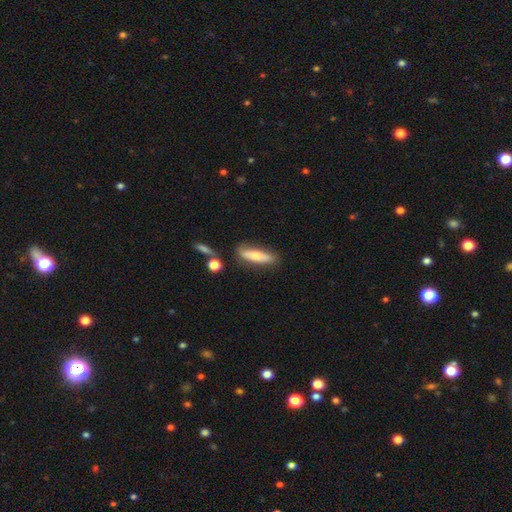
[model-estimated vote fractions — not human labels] This appears to be a smooth galaxy with no disk features (63%) that is cigar-shaped (62%). Merging: none (75%).